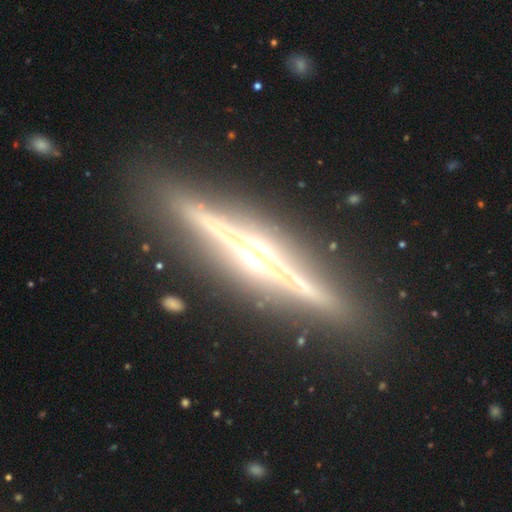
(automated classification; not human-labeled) Smooth or featured: featured or disk — 87% (smooth — 8%)
Edge-on disk: yes — 98% (no — 2%)
Edge-on bulge: rounded — 89% (boxy — 7%)
Merging: none — 90% (minor disturbance — 7%)